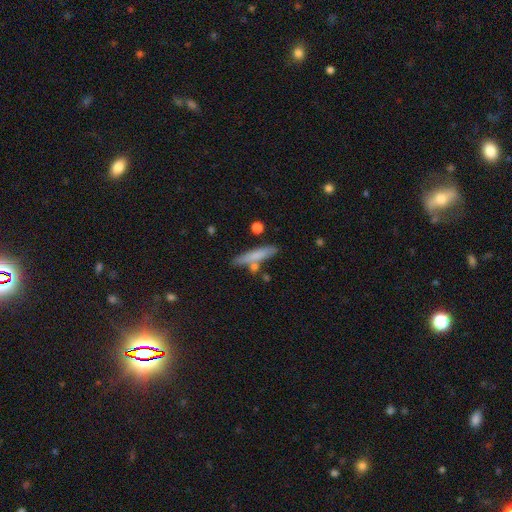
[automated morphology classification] The model was most divided on "smooth or featured": smooth: 70%, featured or disk: 23%, star or artifact: 7%. More confident: how rounded — cigar-shaped (88%); merging — none (76%).